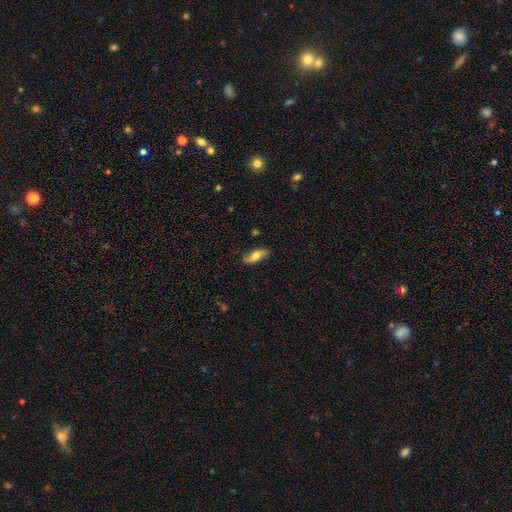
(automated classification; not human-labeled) Q: Smooth or featured?
A: smooth (57%); runner-up: featured or disk (37%)
Q: How rounded?
A: in between (75%); runner-up: cigar-shaped (21%)
Q: Merging?
A: none (81%); runner-up: minor disturbance (15%)